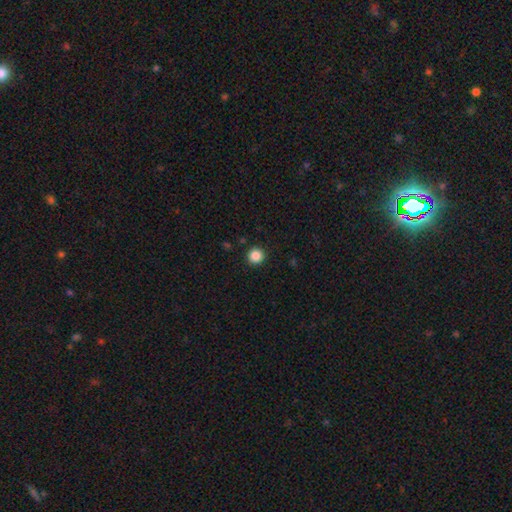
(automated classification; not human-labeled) The model was most divided on "smooth or featured": smooth: 87%, star or artifact: 11%, featured or disk: 3%. More confident: how rounded — round (96%); merging — none (92%).